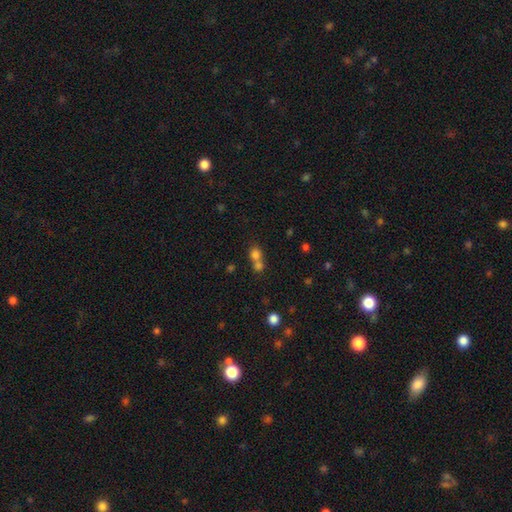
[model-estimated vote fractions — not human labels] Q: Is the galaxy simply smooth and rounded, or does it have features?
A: smooth — 71%.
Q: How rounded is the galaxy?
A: round — 71%.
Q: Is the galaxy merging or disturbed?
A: merger — 56%.